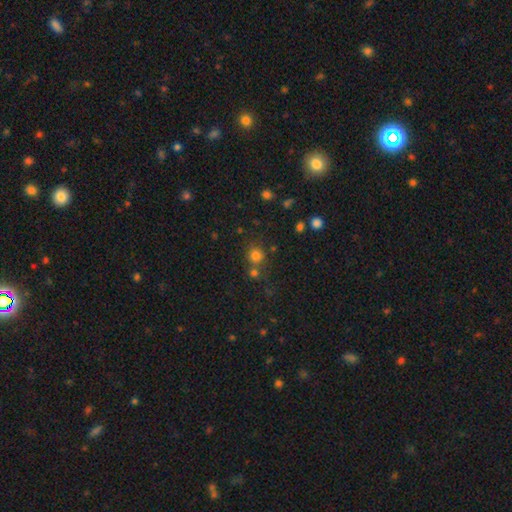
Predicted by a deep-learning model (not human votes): Smooth or featured? Predicted: smooth (p=0.76). How rounded? Predicted: round (p=0.87). Merging? Predicted: none (p=0.64).